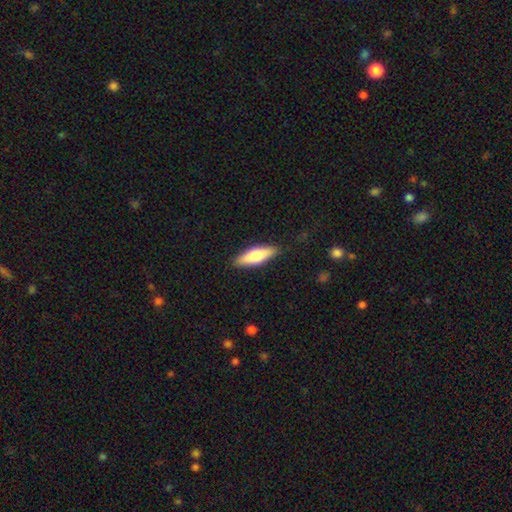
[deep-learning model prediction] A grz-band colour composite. It shows a smooth galaxy with no disk features (66%) that is cigar-shaped (55%). Merging: none (88%).